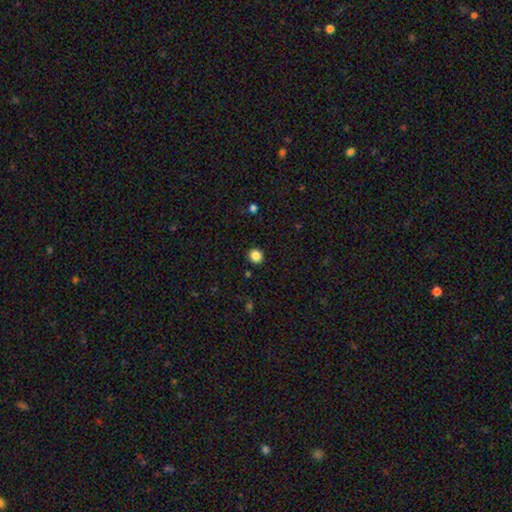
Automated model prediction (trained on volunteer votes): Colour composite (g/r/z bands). It shows a smooth galaxy with no disk features (86%) that is round (89%). Merging: none (92%).